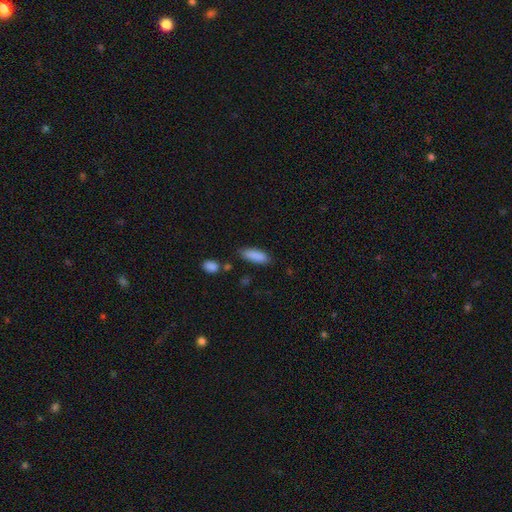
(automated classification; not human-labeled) Smooth or featured: smooth — 89% (star or artifact — 7%)
How rounded: in between — 63% (cigar-shaped — 35%)
Merging: none — 81% (minor disturbance — 13%)